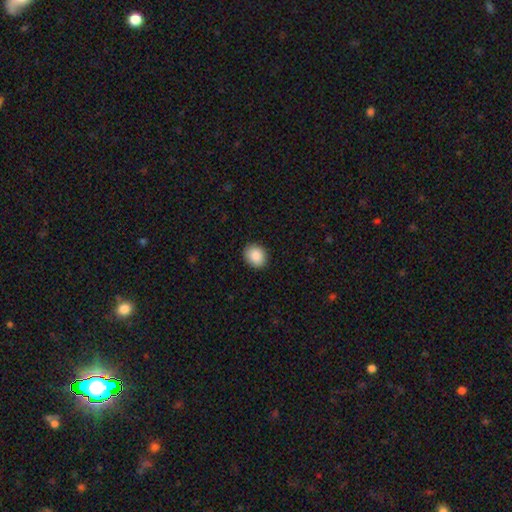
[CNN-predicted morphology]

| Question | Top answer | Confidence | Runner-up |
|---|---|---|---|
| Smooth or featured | smooth | 89% | star or artifact (7%) |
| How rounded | round | 66% | in between (34%) |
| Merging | none | 90% | minor disturbance (7%) |